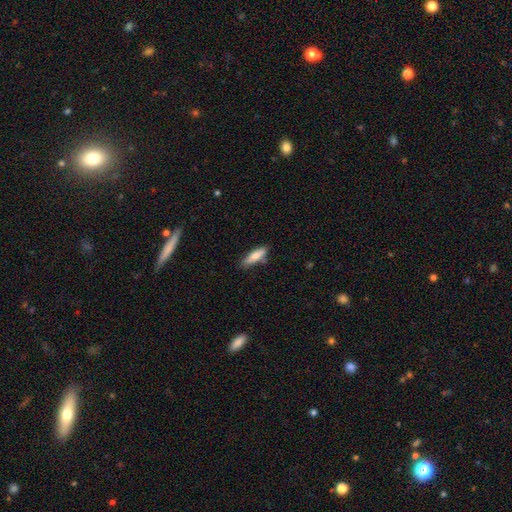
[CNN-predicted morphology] This is clearly a smooth galaxy (80%). How rounded: likely cigar-shaped (65%). Merging: likely none (76%).